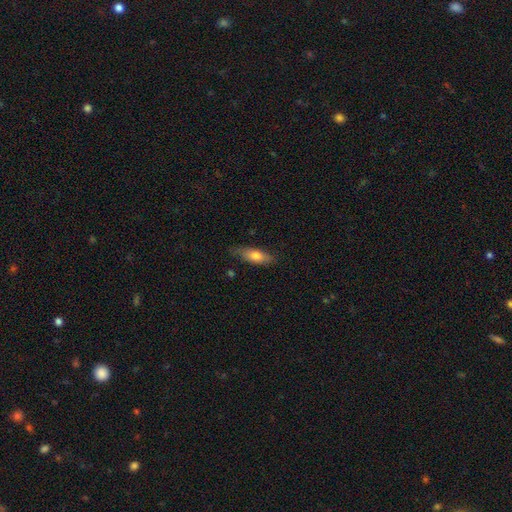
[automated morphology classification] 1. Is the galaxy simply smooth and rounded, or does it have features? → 72% smooth, 21% featured or disk, 6% star or artifact.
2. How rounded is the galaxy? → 65% in between, 33% cigar-shaped, 3% round.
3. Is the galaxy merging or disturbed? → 72% none, 22% minor disturbance, 4% major disturbance, 1% merger.